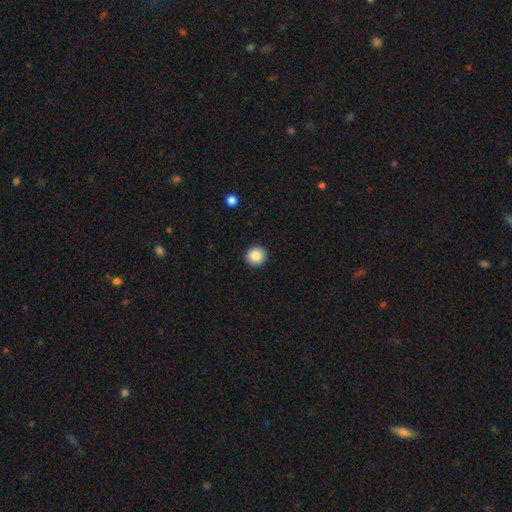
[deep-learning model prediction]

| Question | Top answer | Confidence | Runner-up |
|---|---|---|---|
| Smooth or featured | smooth | 88% | star or artifact (8%) |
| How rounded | round | 92% | in between (7%) |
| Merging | none | 92% | minor disturbance (5%) |